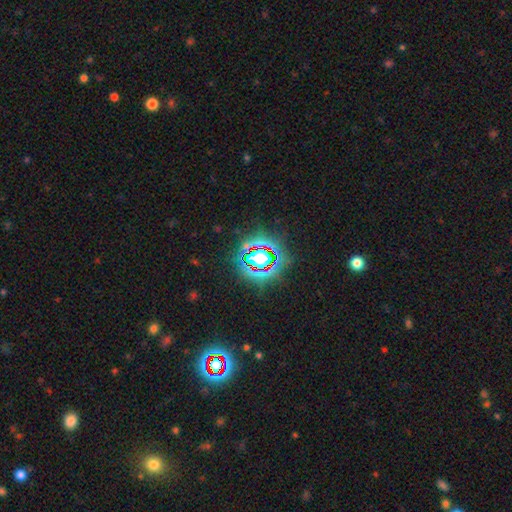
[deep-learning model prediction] Morphology: type=star or artifact (79%).